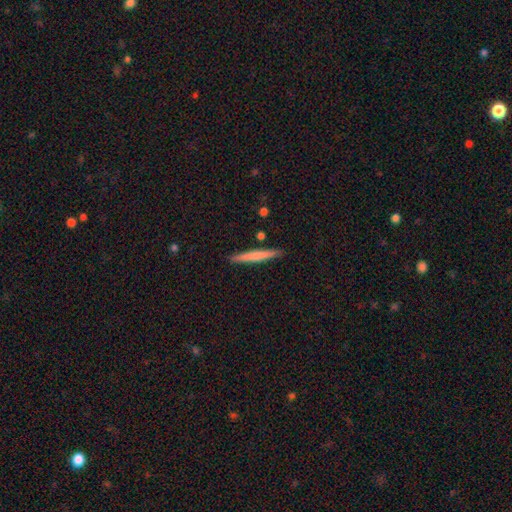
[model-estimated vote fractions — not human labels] smooth-or-featured: smooth: 66% | featured or disk: 29% | star or artifact: 6%
  how-rounded: cigar-shaped: 96% | in between: 3% | round: 1%
  merging: none: 90% | minor disturbance: 7% | merger: 2% | major disturbance: 1%